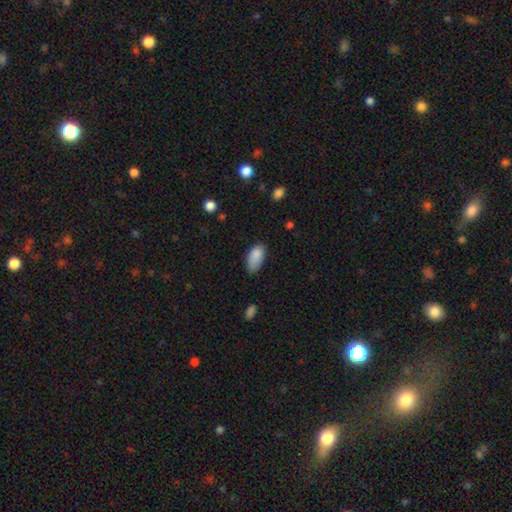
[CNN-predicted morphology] Smooth or featured? smooth (87%)
How rounded? in between (93%)
Merging? none (61%)